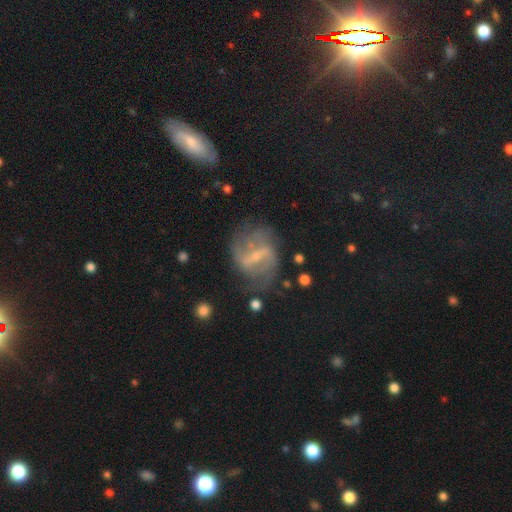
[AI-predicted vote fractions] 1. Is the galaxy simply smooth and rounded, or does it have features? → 78% featured or disk, 14% smooth, 9% star or artifact.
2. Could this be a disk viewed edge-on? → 96% no, 4% yes.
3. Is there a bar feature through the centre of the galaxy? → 47% strong, 40% weak, 13% no.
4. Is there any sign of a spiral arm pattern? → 84% yes, 16% no.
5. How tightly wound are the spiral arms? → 42% loose (tied), 42% medium (tied), 17% tight.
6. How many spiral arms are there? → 75% 2, 14% can't tell, 4% 3, 4% 1, 2% 4, 2% more than 4.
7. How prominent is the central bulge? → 60% small, 20% moderate, 17% none, 2% large, 1% dominant.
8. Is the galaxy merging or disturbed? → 60% none, 21% minor disturbance, 15% major disturbance, 3% merger.